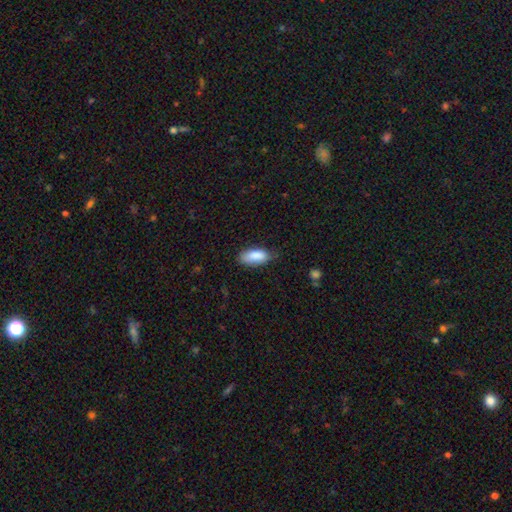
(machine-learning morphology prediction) This is clearly a smooth galaxy (88%). How rounded: clearly in between (88%). Merging: likely none (70%).